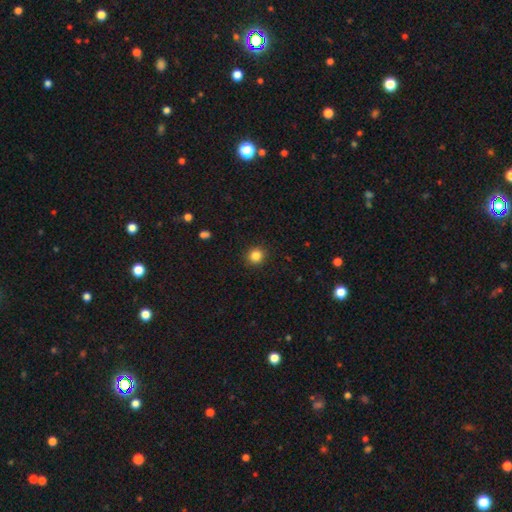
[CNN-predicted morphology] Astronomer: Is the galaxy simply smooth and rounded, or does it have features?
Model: smooth — 85%.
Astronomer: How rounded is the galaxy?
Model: round — 89%.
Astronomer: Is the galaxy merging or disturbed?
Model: none — 92%.